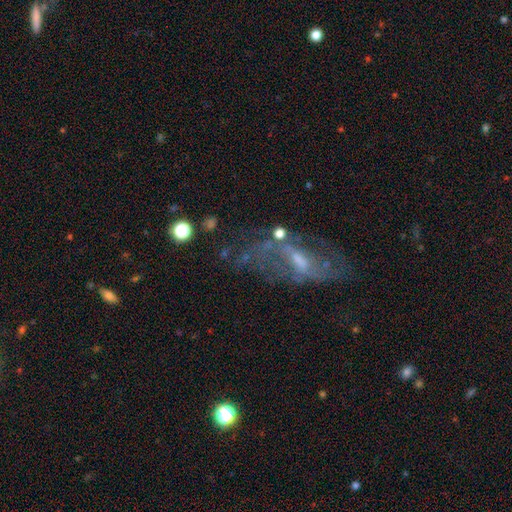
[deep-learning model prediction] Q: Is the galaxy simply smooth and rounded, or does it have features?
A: featured or disk — 66%.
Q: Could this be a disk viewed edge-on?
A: no — 84%.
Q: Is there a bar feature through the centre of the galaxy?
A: weak — 44%.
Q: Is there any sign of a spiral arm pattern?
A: yes — 56%.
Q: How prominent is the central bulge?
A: small — 46%.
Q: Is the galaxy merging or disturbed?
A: none — 53%.